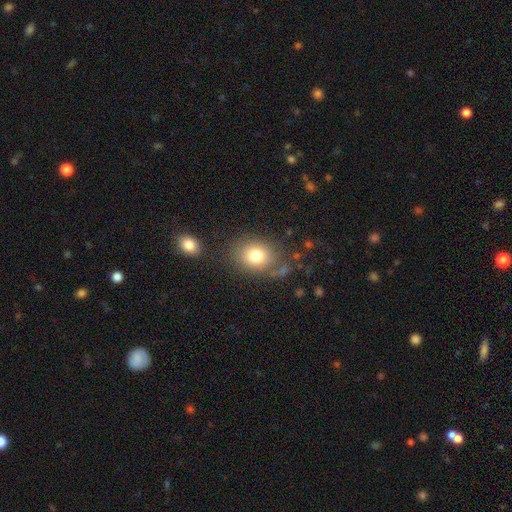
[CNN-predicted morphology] Smooth or featured: smooth — 78% (featured or disk — 12%)
How rounded: in between — 52% (round — 47%)
Merging: none — 72% (minor disturbance — 16%)